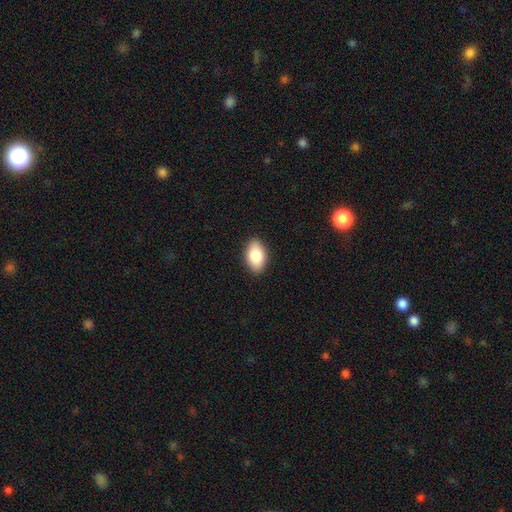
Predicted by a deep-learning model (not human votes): Q: Smooth or featured?
A: smooth (82%); runner-up: featured or disk (11%)
Q: How rounded?
A: in between (92%); runner-up: round (6%)
Q: Merging?
A: none (89%); runner-up: minor disturbance (8%)